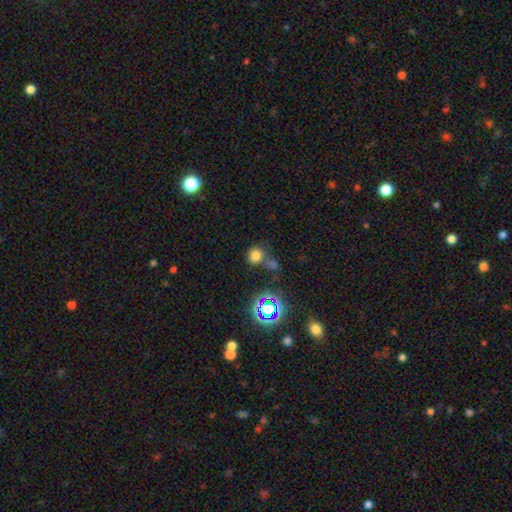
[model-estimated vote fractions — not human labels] The model was most divided on "merging": none: 65%, merger: 20%, minor disturbance: 11%, major disturbance: 5%. More confident: how rounded — round (85%); smooth or featured — smooth (72%).